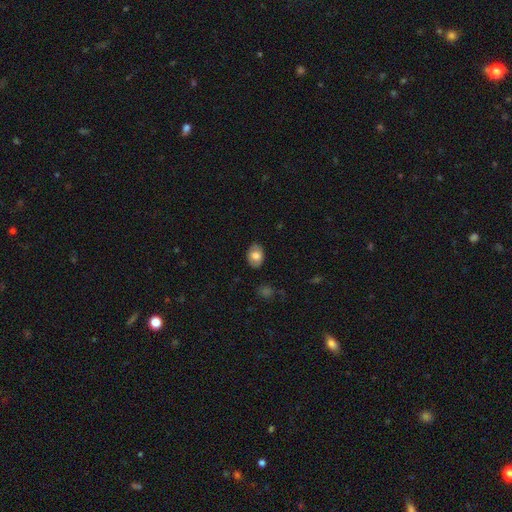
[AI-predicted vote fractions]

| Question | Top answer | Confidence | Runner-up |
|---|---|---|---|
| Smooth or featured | smooth | 75% | featured or disk (18%) |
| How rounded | in between | 83% | round (16%) |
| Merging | none | 84% | minor disturbance (12%) |